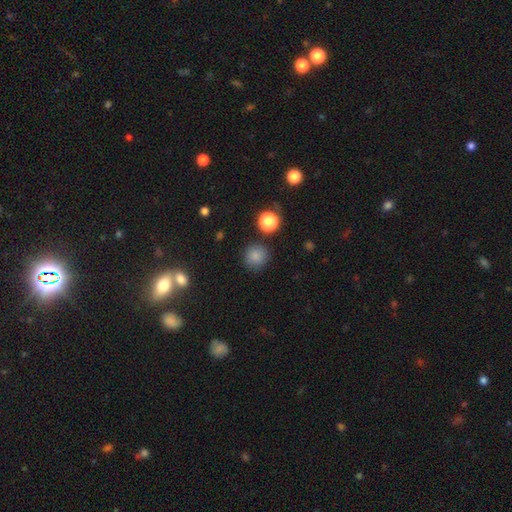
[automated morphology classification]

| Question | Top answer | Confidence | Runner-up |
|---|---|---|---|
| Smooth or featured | smooth | 82% | star or artifact (13%) |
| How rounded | round | 91% | in between (8%) |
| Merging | none | 83% | minor disturbance (10%) |